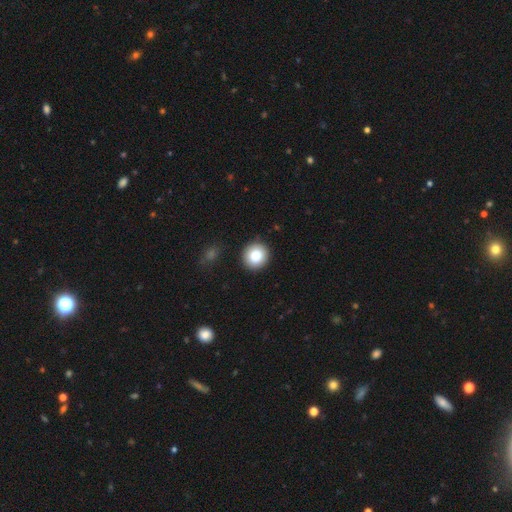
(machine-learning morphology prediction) Smooth or featured? smooth (84%)
How rounded? round (91%)
Merging? none (91%)